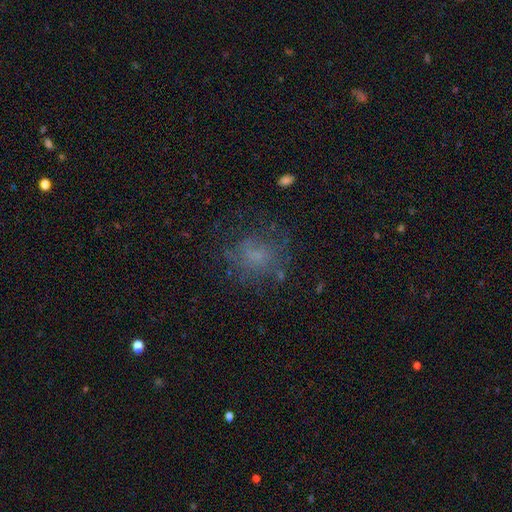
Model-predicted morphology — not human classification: Smooth or featured: smooth — 48% (featured or disk — 32%)
Merging: none — 61% (minor disturbance — 19%)